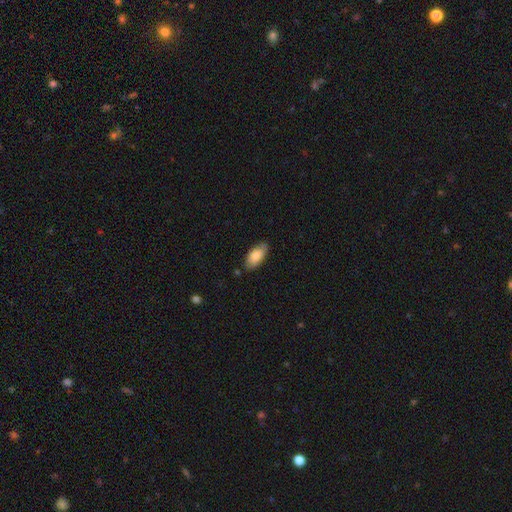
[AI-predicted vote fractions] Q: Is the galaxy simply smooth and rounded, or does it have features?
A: smooth — 76%.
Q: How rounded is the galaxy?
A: in between — 92%.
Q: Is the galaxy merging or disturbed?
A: none — 76%.